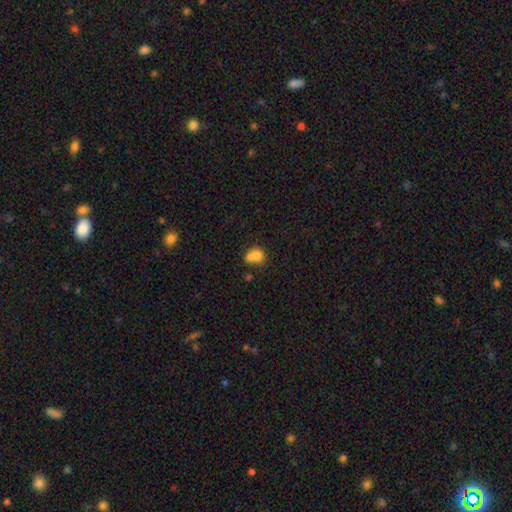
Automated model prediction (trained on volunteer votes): smooth-or-featured: smooth: 75% | featured or disk: 15% | star or artifact: 10%
  how-rounded: round: 65% | in between: 34% | cigar-shaped: 1%
  merging: merger: 51% | none: 31% | minor disturbance: 12% | major disturbance: 6%